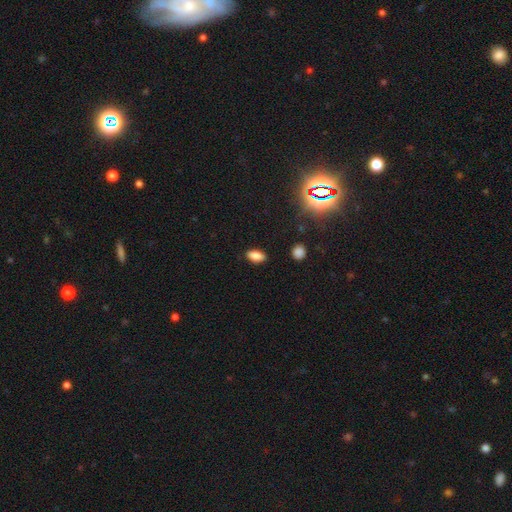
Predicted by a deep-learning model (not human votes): This is clearly a smooth galaxy (83%). How rounded: clearly in between (87%). Merging: clearly none (87%).